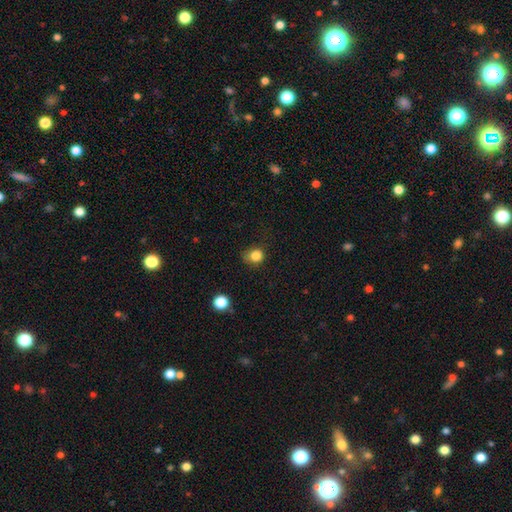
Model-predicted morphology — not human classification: Smooth or featured: smooth — 83% (star or artifact — 12%)
How rounded: round — 74% (in between — 25%)
Merging: none — 60% (minor disturbance — 28%)